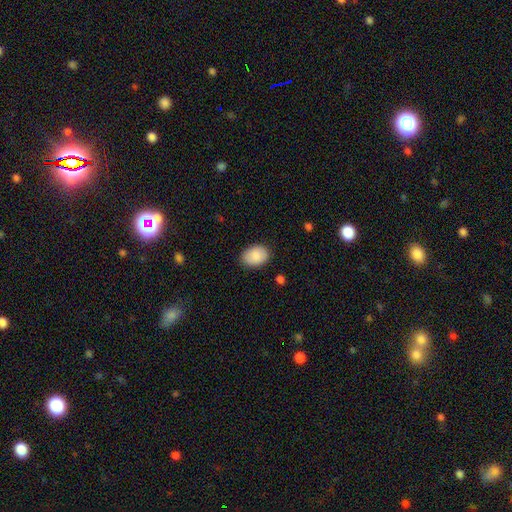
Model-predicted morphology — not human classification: Smooth or featured: smooth — 88% (star or artifact — 7%)
How rounded: in between — 76% (round — 23%)
Merging: none — 84% (minor disturbance — 12%)